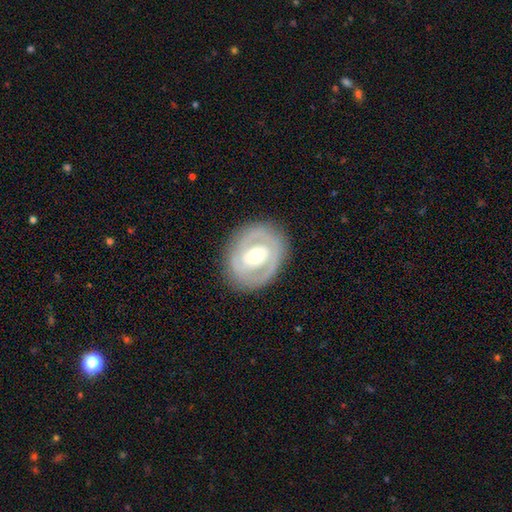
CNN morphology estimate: smooth-or-featured: featured or disk: 73% | smooth: 22% | star or artifact: 5%
  disk-edge-on: no: 96% | yes: 4%
    bar: no: 48% | weak: 33% | strong: 19%
    has-spiral-arms: yes: 53% | no: 47%
    bulge-size: moderate: 71% | large: 14% | small: 12% | dominant: 1% | none: 1%
  merging: none: 83% | minor disturbance: 12% | major disturbance: 5% | merger: 1%